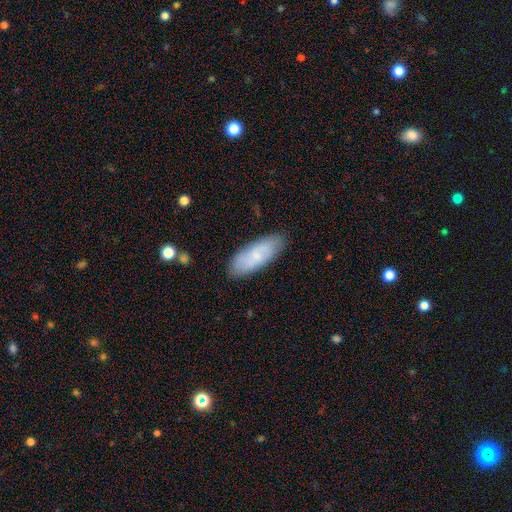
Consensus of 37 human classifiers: Volunteers were most divided on "smooth or featured": smooth: 54%, featured or disk: 46%, star or artifact: 0%. More confident: merging — none (76%); how rounded — in between (75%).